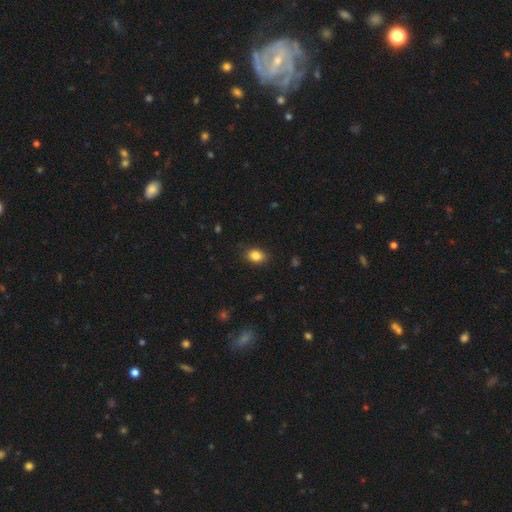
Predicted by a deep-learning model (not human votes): smooth_or_featured: smooth (p=0.85) [alt: star or artifact p=0.10]
how_rounded: in between (p=0.69) [alt: round p=0.30]
merging: none (p=0.87) [alt: minor disturbance p=0.10]